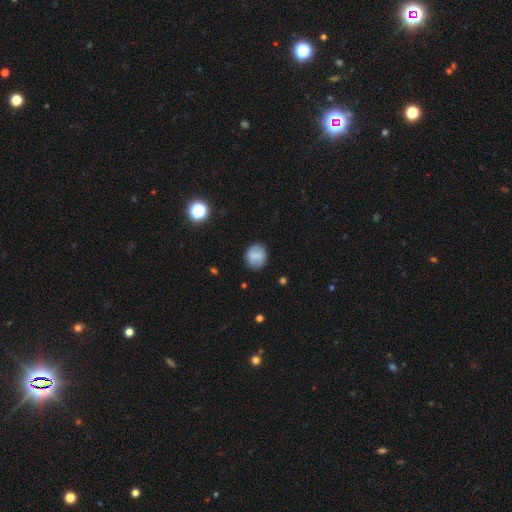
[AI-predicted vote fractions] A smooth galaxy with no disk features (74%) that is round (81%). Merging: none (83%).